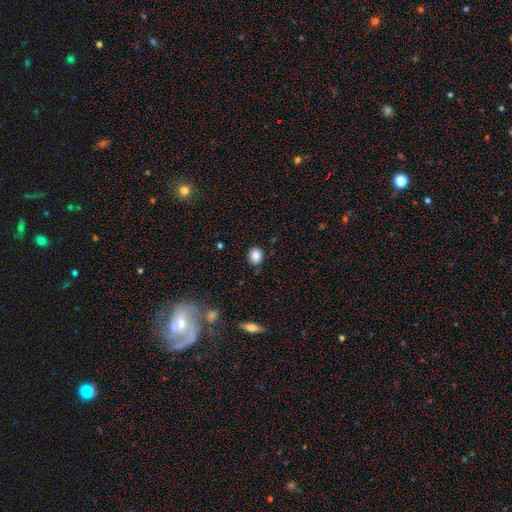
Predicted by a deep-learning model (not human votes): Smooth or featured? Predicted: smooth (p=0.85). How rounded? Predicted: round (p=0.72). Merging? Predicted: none (p=0.85).